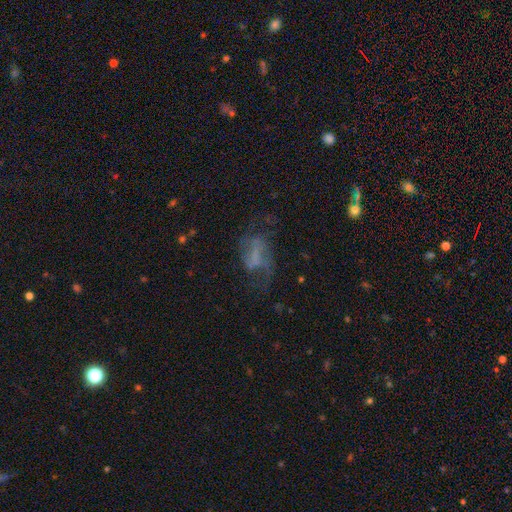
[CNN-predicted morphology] Smooth or featured? Predicted: featured or disk (p=0.55). Edge-on disk? Predicted: no (p=0.96). Bar? Predicted: no (p=0.46). Spiral arms? Predicted: yes (p=0.62). Bulge size? Predicted: none (p=0.62). Merging? Predicted: none (p=0.41).